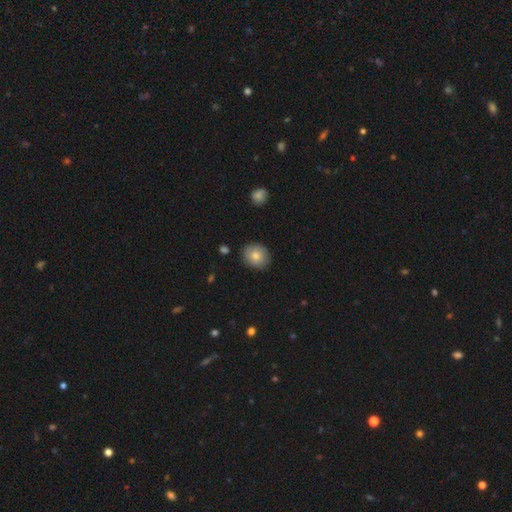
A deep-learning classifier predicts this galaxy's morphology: smooth-or-featured: smooth: 81% | featured or disk: 11% | star or artifact: 8%
  how-rounded: round: 69% | in between: 30% | cigar-shaped: 1%
  merging: none: 87% | minor disturbance: 10% | major disturbance: 2% | merger: 1%